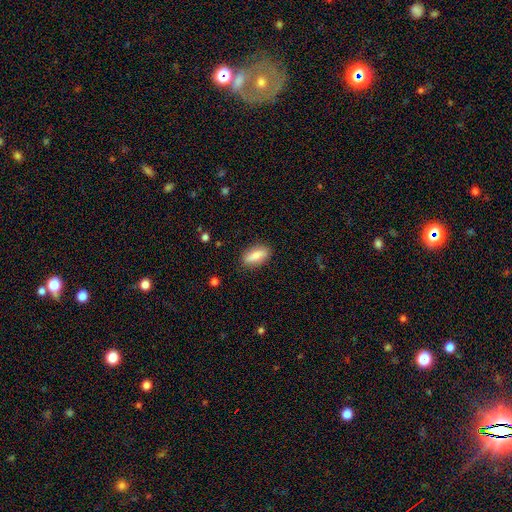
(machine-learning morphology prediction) Smooth or featured? smooth (74%)
How rounded? in between (78%)
Merging? none (86%)